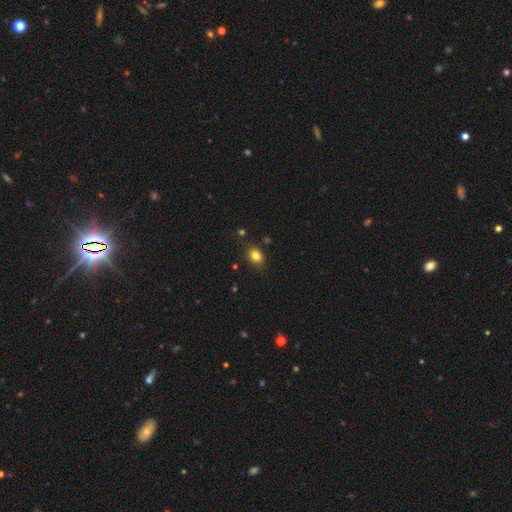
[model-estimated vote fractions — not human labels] The model was most divided on "how rounded": in between: 69%, round: 30%, cigar-shaped: 1%. More confident: merging — none (82%); smooth or featured — smooth (82%).